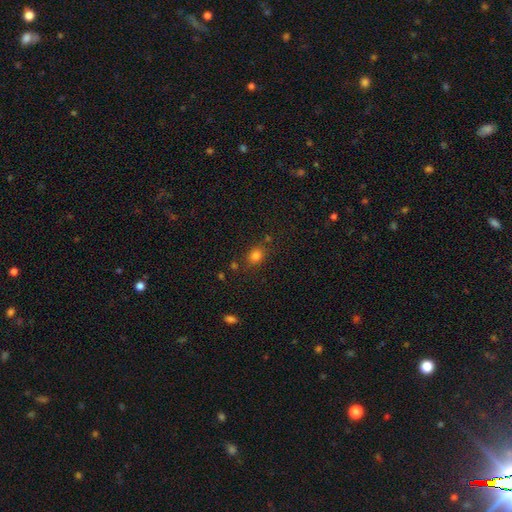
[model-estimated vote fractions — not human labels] Overall: smooth (80%). How rounded: round (59%; in between 39%). Merging: none (77%).